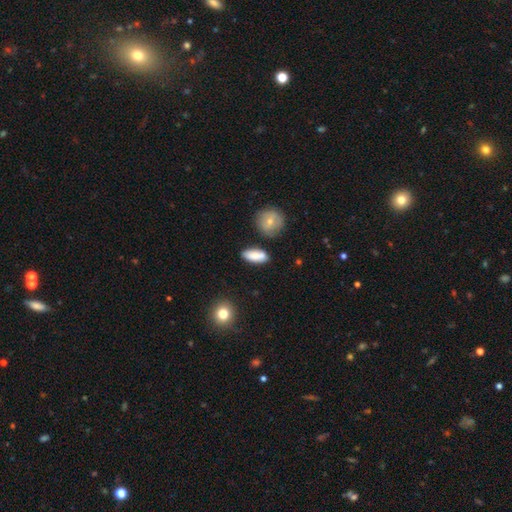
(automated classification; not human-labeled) smooth 83%, featured or disk 10%, star or artifact 7%. Down the decision tree: how rounded — in between (75%); merging — none (74%).